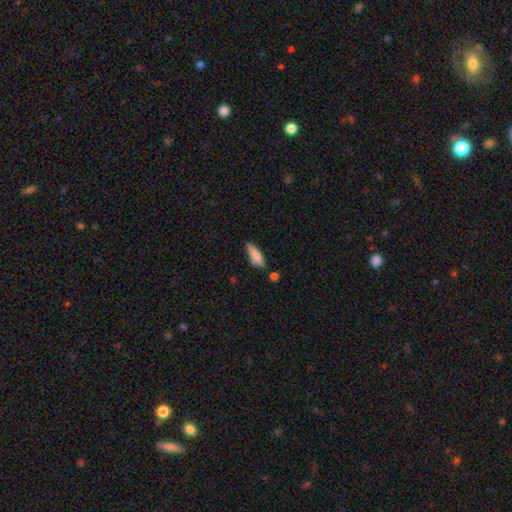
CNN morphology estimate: Q: Smooth or featured?
A: smooth (80%); runner-up: featured or disk (14%)
Q: How rounded?
A: in between (55%); runner-up: cigar-shaped (43%)
Q: Merging?
A: none (72%); runner-up: minor disturbance (19%)